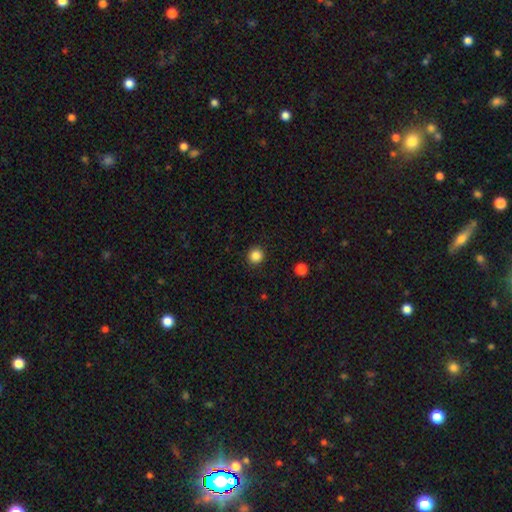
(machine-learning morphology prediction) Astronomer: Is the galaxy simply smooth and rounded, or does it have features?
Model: smooth — 85%.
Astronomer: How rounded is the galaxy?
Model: round — 92%.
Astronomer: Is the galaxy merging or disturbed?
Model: none — 91%.